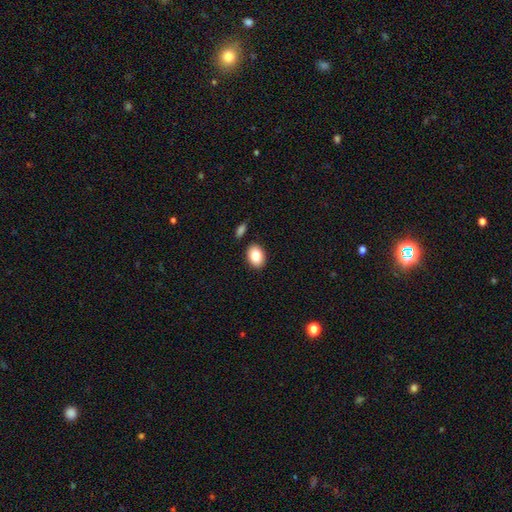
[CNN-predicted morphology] The model was most divided on "how rounded": in between: 76%, round: 23%, cigar-shaped: 1%. More confident: merging — none (87%); smooth or featured — smooth (84%).